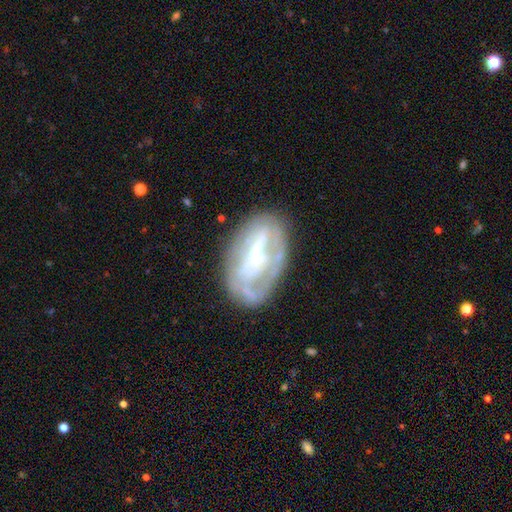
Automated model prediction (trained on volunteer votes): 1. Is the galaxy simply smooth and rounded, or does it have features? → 68% featured or disk, 24% smooth, 8% star or artifact.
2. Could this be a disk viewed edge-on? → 93% no, 7% yes.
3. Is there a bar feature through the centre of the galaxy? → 36% weak, 35% strong, 29% no.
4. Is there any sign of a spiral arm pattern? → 51% no, 49% yes.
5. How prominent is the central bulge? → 39% moderate (tied), 39% small (tied), 13% none, 8% large, 2% dominant.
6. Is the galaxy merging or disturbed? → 59% none, 22% minor disturbance, 15% major disturbance, 4% merger.